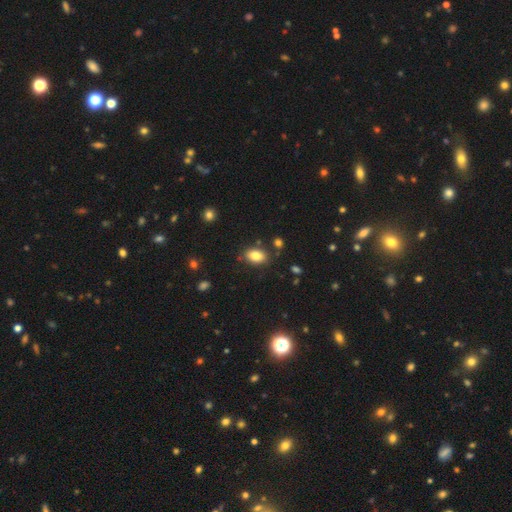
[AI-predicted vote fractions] smooth-or-featured: smooth: 84% | star or artifact: 9% | featured or disk: 8%
  how-rounded: in between: 86% | round: 13% | cigar-shaped: 1%
  merging: none: 82% | minor disturbance: 11% | merger: 4% | major disturbance: 3%